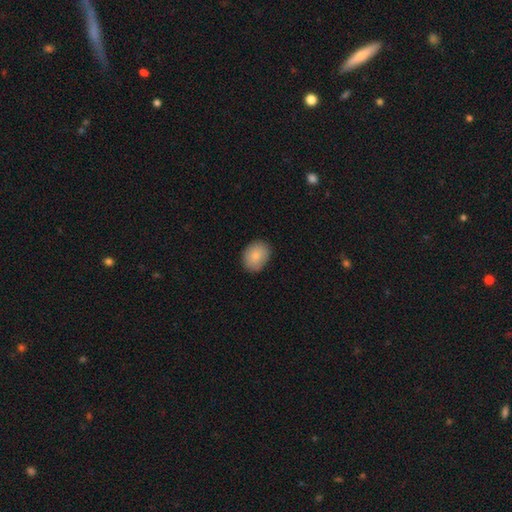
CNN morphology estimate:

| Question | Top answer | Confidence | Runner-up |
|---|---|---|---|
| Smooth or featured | smooth | 86% | star or artifact (7%) |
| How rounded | in between | 59% | round (40%) |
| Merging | none | 87% | minor disturbance (10%) |